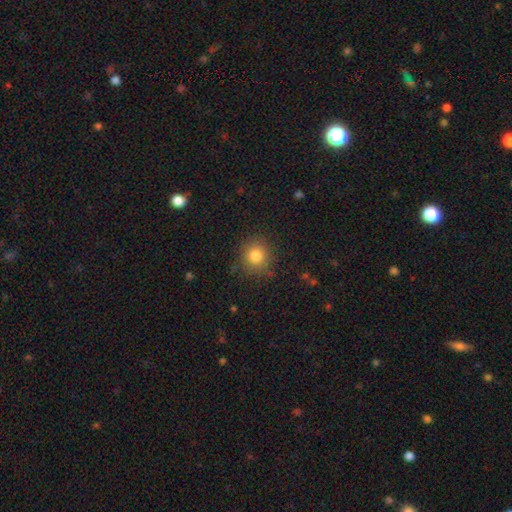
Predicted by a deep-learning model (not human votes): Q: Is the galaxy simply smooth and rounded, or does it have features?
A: smooth — 82%.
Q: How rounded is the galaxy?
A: round — 89%.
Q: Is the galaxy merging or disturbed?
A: none — 86%.